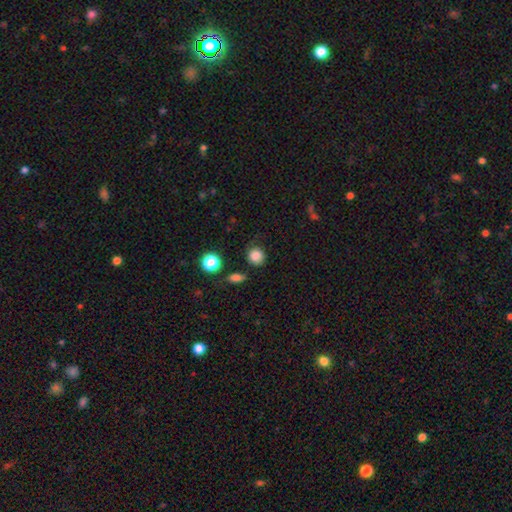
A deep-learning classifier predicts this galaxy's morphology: Smooth or featured? smooth (85%)
How rounded? round (86%)
Merging? none (75%)